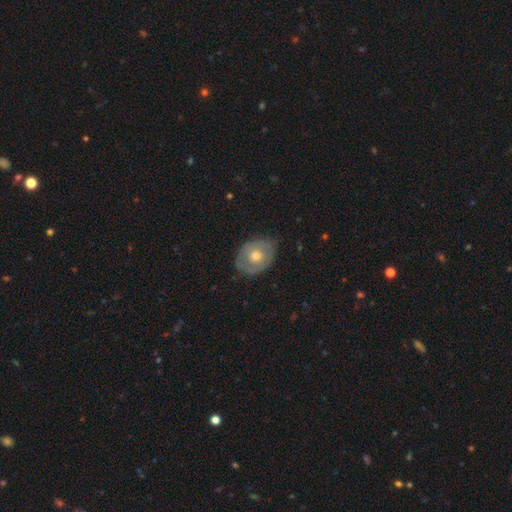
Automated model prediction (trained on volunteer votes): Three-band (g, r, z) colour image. It shows a smooth galaxy with no disk features (47%, tied with featured or disk). Merging: none (78%).